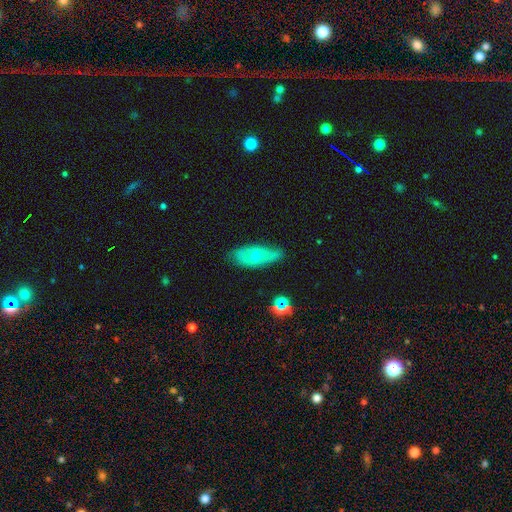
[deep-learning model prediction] smooth_or_featured: smooth (p=0.47) [alt: featured or disk p=0.45]
merging: none (p=0.68) [alt: minor disturbance p=0.25]